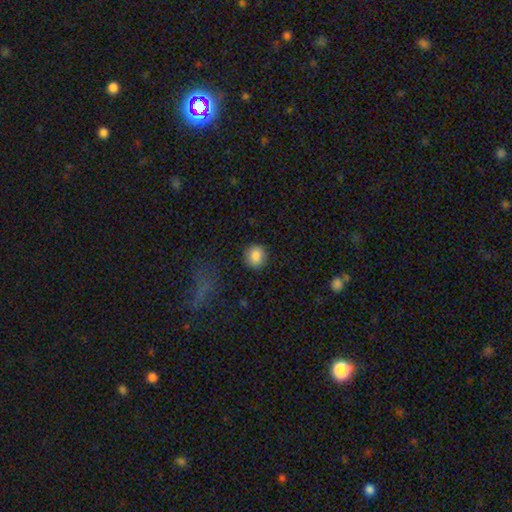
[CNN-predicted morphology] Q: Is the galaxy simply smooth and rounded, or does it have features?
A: smooth — 87%.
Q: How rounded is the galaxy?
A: round — 87%.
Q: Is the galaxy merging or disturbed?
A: none — 88%.